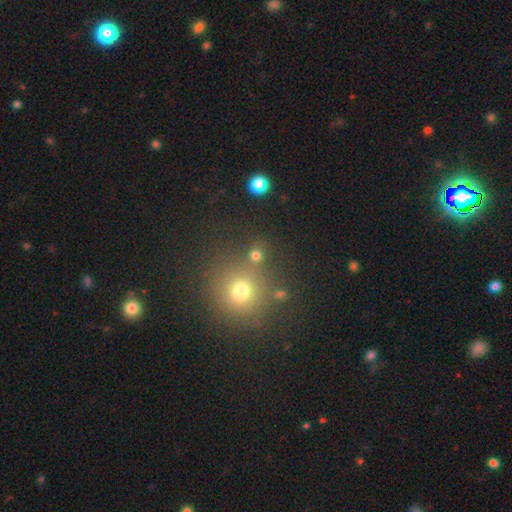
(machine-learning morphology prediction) A smooth galaxy with no disk features (74%) that is round (90%). Merging: none (75%).